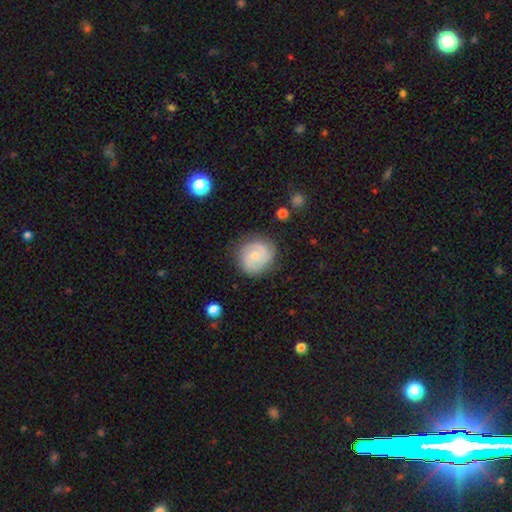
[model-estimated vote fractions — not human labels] A featured or disk galaxy (69%) with no bar (65%), 2 (73%) tight (51%) spiral arms (91%) and a small central bulge (53%). Merging: none (81%).